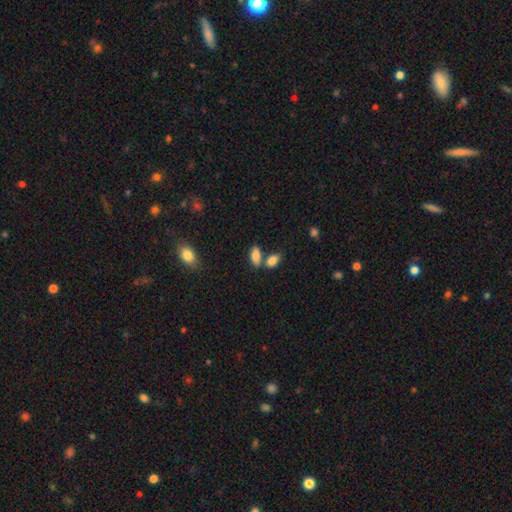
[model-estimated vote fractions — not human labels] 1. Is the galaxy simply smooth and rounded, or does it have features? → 85% smooth, 8% star or artifact, 7% featured or disk.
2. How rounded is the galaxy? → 88% in between, 8% cigar-shaped, 4% round.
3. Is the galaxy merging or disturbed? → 53% none, 30% merger, 13% minor disturbance, 4% major disturbance.